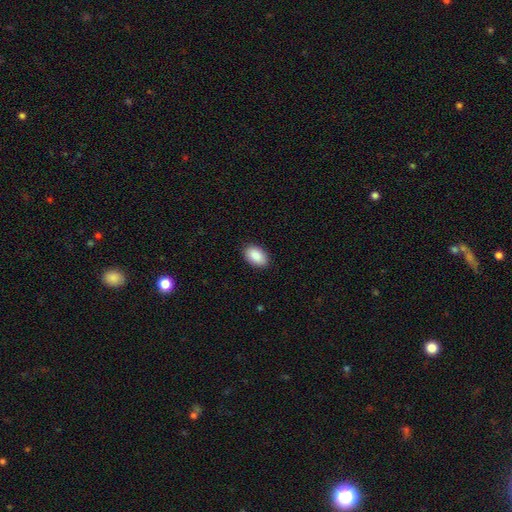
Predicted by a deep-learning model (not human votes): smooth 88%, star or artifact 6%, featured or disk 5%. Down the decision tree: how rounded — in between (92%); merging — none (89%).